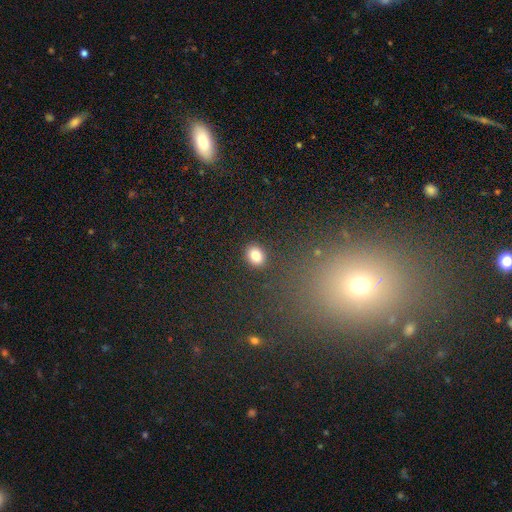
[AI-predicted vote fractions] Smooth or featured? smooth (83%)
How rounded? round (50%)
Merging? none (88%)